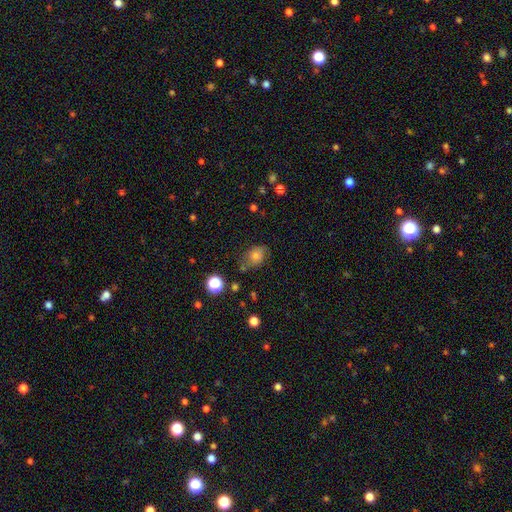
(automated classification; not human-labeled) A smooth galaxy with no disk features (70%) that is in between round and cigar-shaped (60%).

Vote fractions:
- Smooth or featured? smooth: 70% / featured or disk: 15% / star or artifact: 14%
- How rounded? in between: 60% / round: 39% / cigar-shaped: 1%
- Merging? none: 66% / minor disturbance: 23% / major disturbance: 7% / merger: 4%